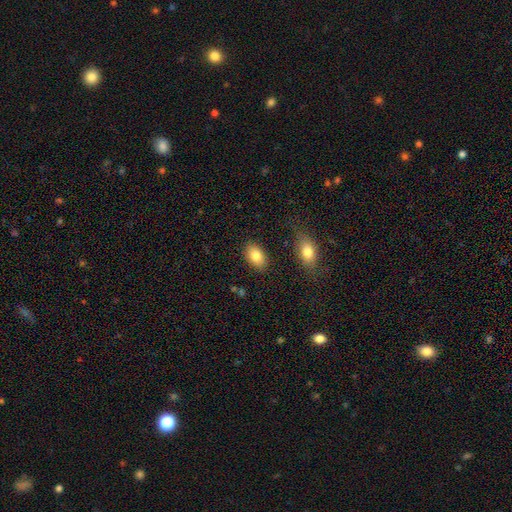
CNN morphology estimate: A smooth galaxy with no disk features (83%) that is in between round and cigar-shaped (91%).

Vote fractions:
- Smooth or featured? smooth: 83% / featured or disk: 9% / star or artifact: 7%
- How rounded? in between: 91% / round: 8% / cigar-shaped: 2%
- Merging? none: 84% / minor disturbance: 10% / merger: 3% / major disturbance: 3%